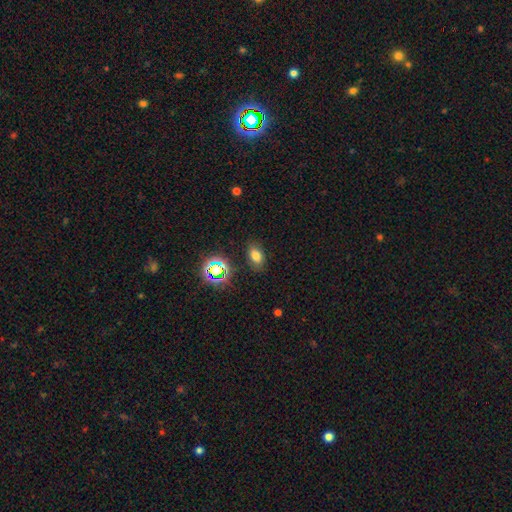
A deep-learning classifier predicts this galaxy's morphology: Smooth or featured?
  - smooth: 70% *
  - star or artifact: 20%
  - featured or disk: 10%
How rounded?
  - in between: 83% *
  - round: 15%
  - cigar-shaped: 2%
Merging?
  - none: 84% *
  - minor disturbance: 11%
  - major disturbance: 3%
  - merger: 2%